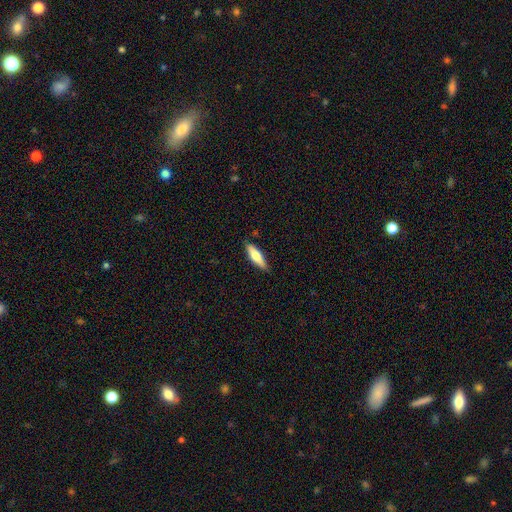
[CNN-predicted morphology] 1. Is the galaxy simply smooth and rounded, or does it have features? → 61% smooth, 33% featured or disk, 6% star or artifact.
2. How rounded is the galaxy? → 58% cigar-shaped, 40% in between, 2% round.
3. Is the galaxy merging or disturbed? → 85% none, 12% minor disturbance, 2% major disturbance, 1% merger.